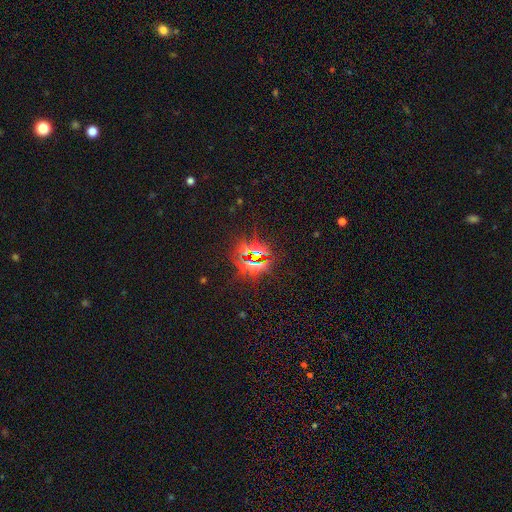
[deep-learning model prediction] The model was most divided on "smooth or featured": star or artifact: 79%, smooth: 12%, featured or disk: 9%.